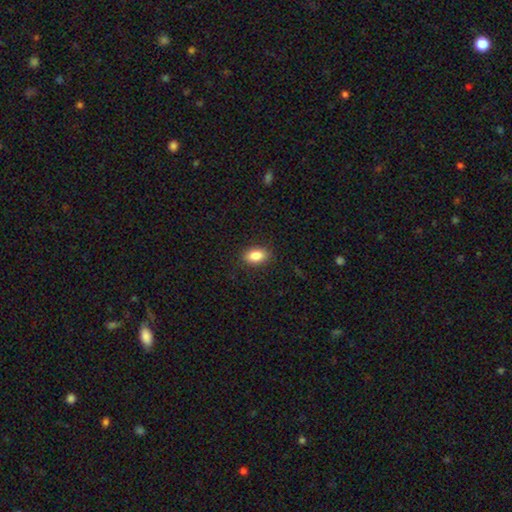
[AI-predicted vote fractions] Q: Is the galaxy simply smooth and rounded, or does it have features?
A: smooth — 86%.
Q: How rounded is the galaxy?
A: in between — 88%.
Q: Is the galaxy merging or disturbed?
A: none — 89%.